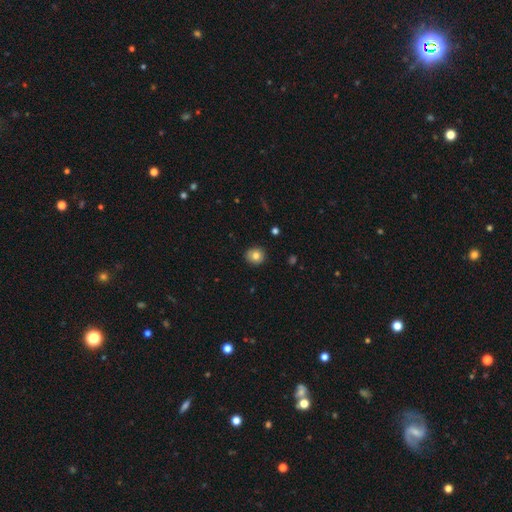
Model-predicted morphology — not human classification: Smooth or featured? smooth (79%)
How rounded? round (88%)
Merging? none (89%)